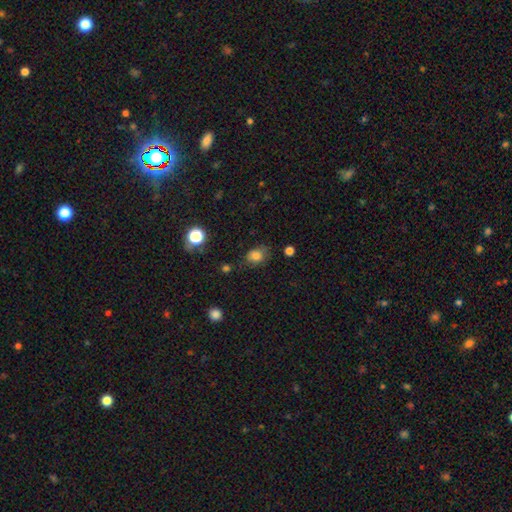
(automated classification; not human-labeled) Smooth or featured?
  - smooth: 80% *
  - star or artifact: 12%
  - featured or disk: 7%
How rounded?
  - in between: 58% *
  - round: 41%
  - cigar-shaped: 1%
Merging?
  - none: 64% *
  - minor disturbance: 25%
  - major disturbance: 8%
  - merger: 3%